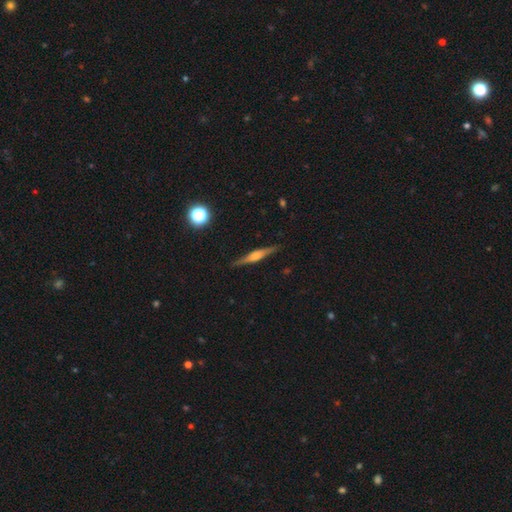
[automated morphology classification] featured or disk 70%, smooth 23%, star or artifact 7%. Down the decision tree: edge-on disk — yes (97%); edge-on bulge — rounded (78%); merging — none (89%).